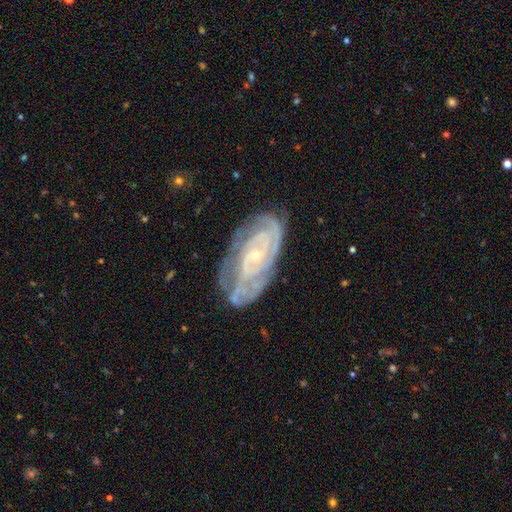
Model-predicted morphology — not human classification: Smooth or featured?
  - featured or disk: 85% *
  - smooth: 8%
  - star or artifact: 7%
Edge-on disk?
  - no: 94% *
  - yes: 6%
Bar?
  - no: 66% *
  - weak: 25%
  - strong: 9%
Spiral arms?
  - yes: 95% *
  - no: 5%
Spiral winding?
  - tight: 74% *
  - medium: 22%
  - loose: 4%
Spiral arm count?
  - can't tell: 31% *
  - 2: 24%
  - 3: 19%
  - 4: 13%
  - more than 4: 7%
  - 1: 6%
Bulge size?
  - small: 81% *
  - moderate: 15%
  - none: 2%
  - large: 1%
  - dominant: 1%
Merging?
  - none: 69% *
  - minor disturbance: 21%
  - major disturbance: 8%
  - merger: 2%